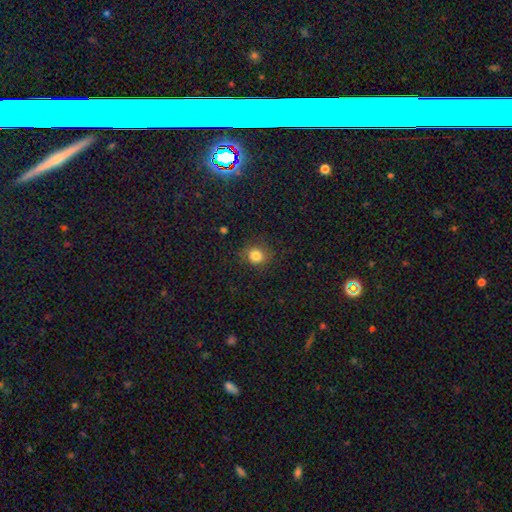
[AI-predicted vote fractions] Overall: smooth (82%). How rounded: round (83%). Merging: none (84%).